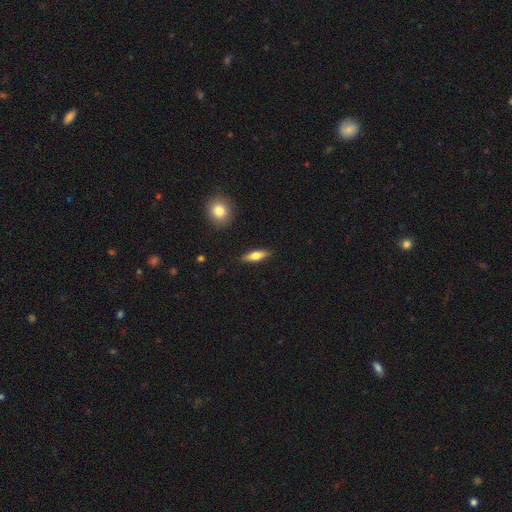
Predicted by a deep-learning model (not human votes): Smooth or featured: smooth — 62% (featured or disk — 32%)
How rounded: cigar-shaped — 49% (in between — 48%)
Merging: none — 89% (minor disturbance — 8%)